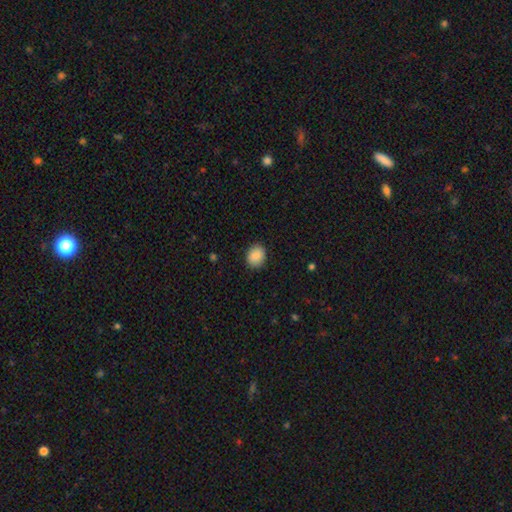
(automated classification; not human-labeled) A smooth galaxy with no disk features (89%) that is round (52%).

Vote fractions:
- Smooth or featured? smooth: 89% / star or artifact: 8% / featured or disk: 4%
- How rounded? round: 52% / in between: 47% / cigar-shaped: 1%
- Merging? none: 88% / minor disturbance: 9% / major disturbance: 2% / merger: 1%